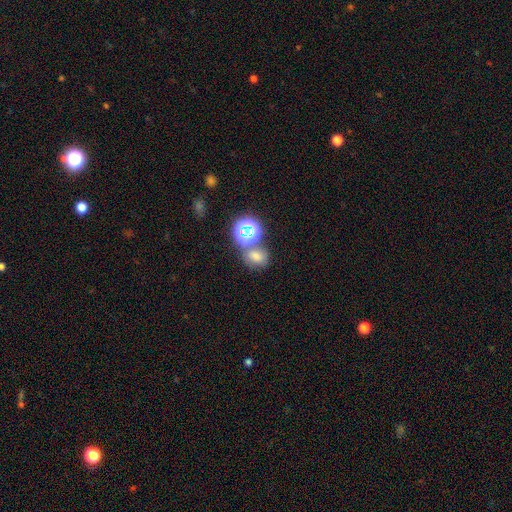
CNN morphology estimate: smooth_or_featured: smooth (p=0.63) [alt: star or artifact p=0.26]
how_rounded: round (p=0.58) [alt: in between p=0.41]
merging: none (p=0.53) [alt: merger p=0.31]